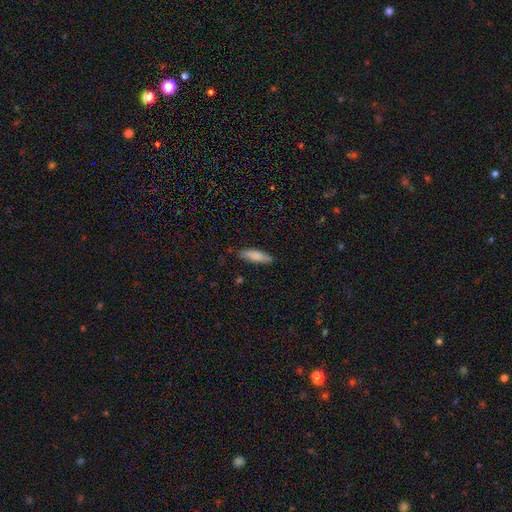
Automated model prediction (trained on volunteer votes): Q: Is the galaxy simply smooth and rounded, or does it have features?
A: smooth — 82%.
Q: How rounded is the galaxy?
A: cigar-shaped — 65%.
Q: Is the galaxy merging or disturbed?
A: none — 85%.